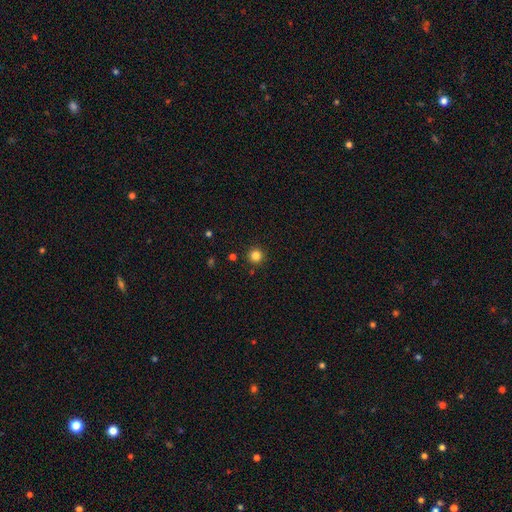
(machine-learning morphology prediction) Overall: smooth (83%). How rounded: round (96%). Merging: none (91%).